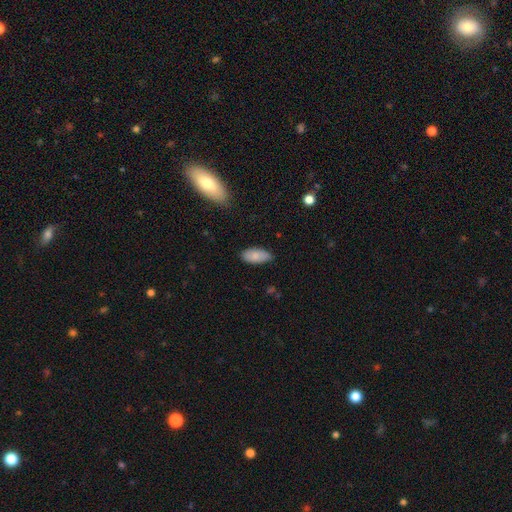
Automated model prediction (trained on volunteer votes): A smooth galaxy with no disk features (81%) that is in between round and cigar-shaped (92%). Merging: none (78%).